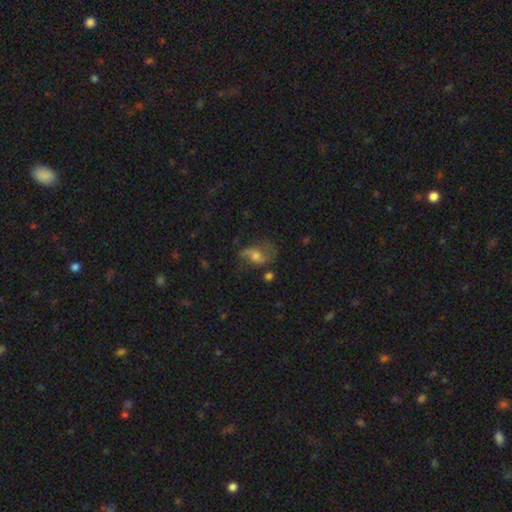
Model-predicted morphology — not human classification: A featured or disk galaxy (55%) with no bar (58%), spiral arms (78%) and a moderate central bulge (56%). Merging: none (45%).